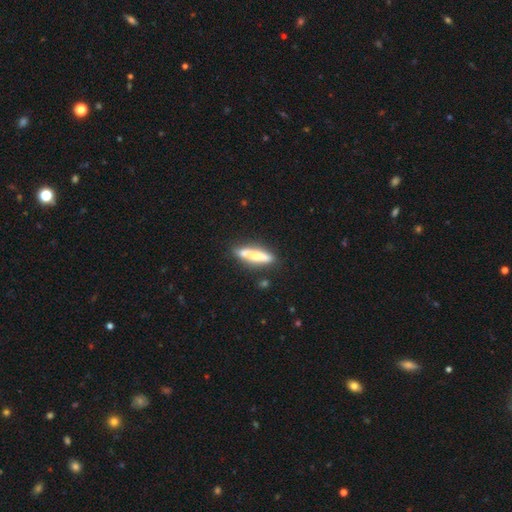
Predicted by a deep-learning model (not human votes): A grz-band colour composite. It shows a smooth galaxy with no disk features (59%) that is cigar-shaped (84%). Merging: none (76%).